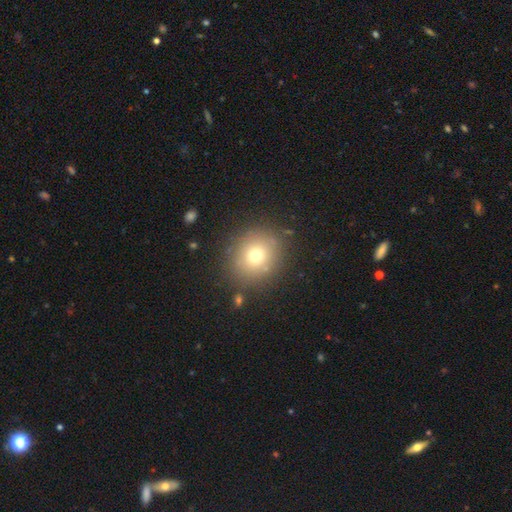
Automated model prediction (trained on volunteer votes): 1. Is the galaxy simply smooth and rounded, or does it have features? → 71% smooth, 15% star or artifact, 14% featured or disk.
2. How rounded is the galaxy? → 82% round, 17% in between, 1% cigar-shaped.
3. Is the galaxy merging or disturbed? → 84% none, 9% minor disturbance, 4% major disturbance, 3% merger.